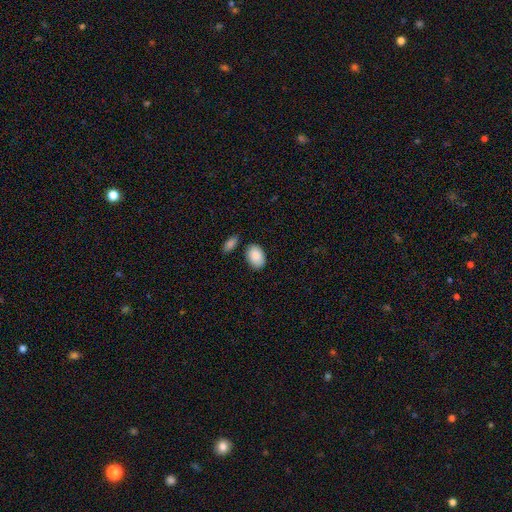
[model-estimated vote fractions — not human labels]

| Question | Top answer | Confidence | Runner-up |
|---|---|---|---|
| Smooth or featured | smooth | 90% | star or artifact (6%) |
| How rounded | in between | 89% | round (10%) |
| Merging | none | 77% | minor disturbance (14%) |